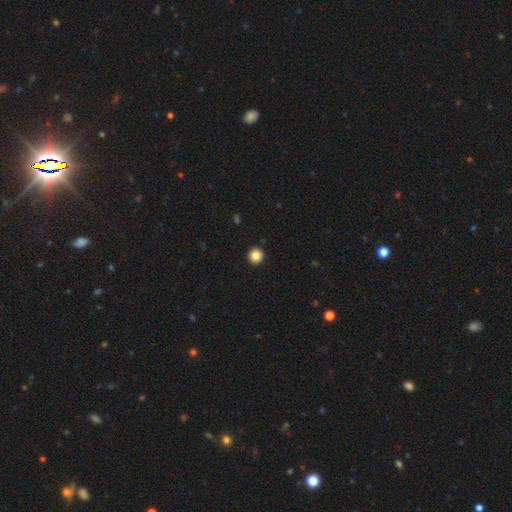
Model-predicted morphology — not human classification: A smooth galaxy with no disk features (86%) that is round (95%).

Vote fractions:
- Smooth or featured? smooth: 86% / star or artifact: 10% / featured or disk: 4%
- How rounded? round: 95% / in between: 4% / cigar-shaped: 1%
- Merging? none: 94% / minor disturbance: 4% / major disturbance: 1% / merger: 1%